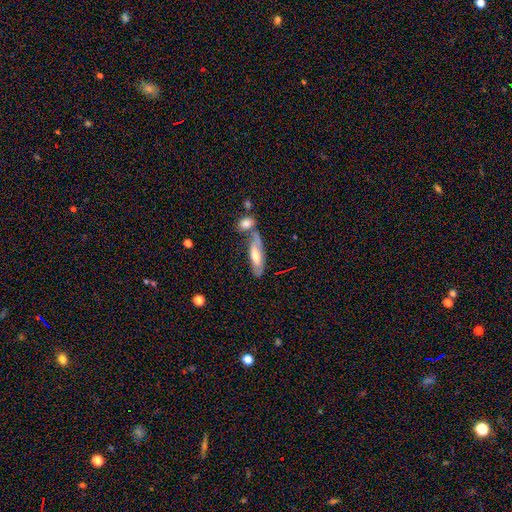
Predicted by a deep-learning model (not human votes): A smooth galaxy with no disk features (52%) that is in between round and cigar-shaped (53%).

Vote fractions:
- Smooth or featured? smooth: 52% / featured or disk: 42% / star or artifact: 6%
- How rounded? in between: 53% / cigar-shaped: 44% / round: 2%
- Merging? none: 46% / merger: 30% / minor disturbance: 17% / major disturbance: 7%